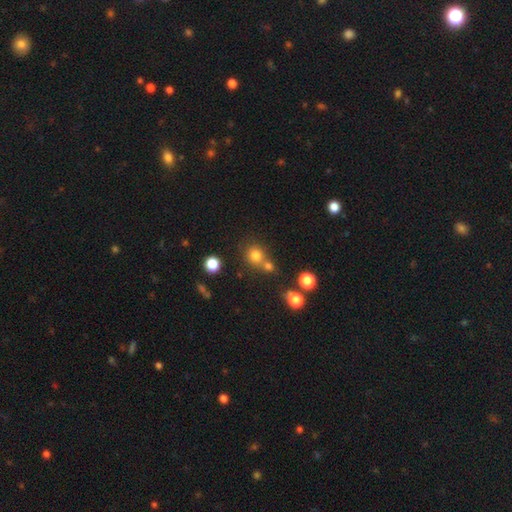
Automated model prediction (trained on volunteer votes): Smooth or featured? Predicted: smooth (p=0.77). How rounded? Predicted: round (p=0.86). Merging? Predicted: none (p=0.59).